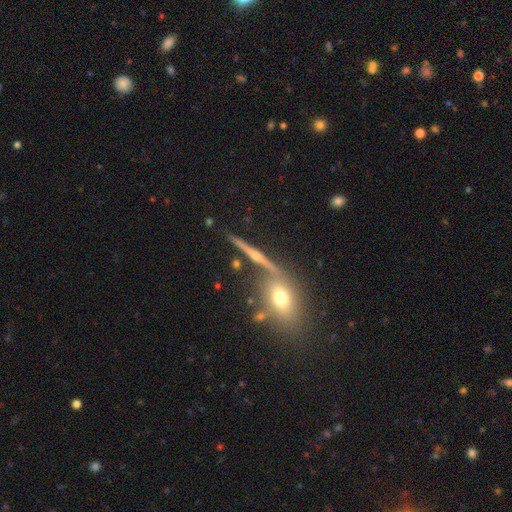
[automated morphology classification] Smooth or featured? Predicted: featured or disk (p=0.75). Edge-on disk? Predicted: yes (p=0.95). Edge-on bulge? Predicted: rounded (p=0.79). Merging? Predicted: none (p=0.79).